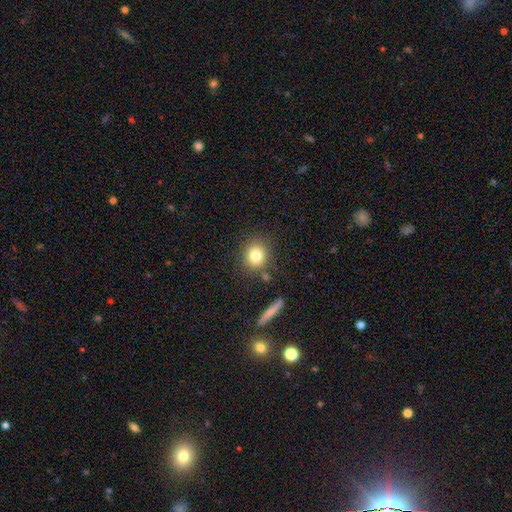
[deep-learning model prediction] Smooth or featured?
  - smooth: 80% *
  - star or artifact: 10%
  - featured or disk: 9%
How rounded?
  - round: 83% *
  - in between: 16%
  - cigar-shaped: 1%
Merging?
  - none: 80% *
  - minor disturbance: 10%
  - merger: 6%
  - major disturbance: 4%